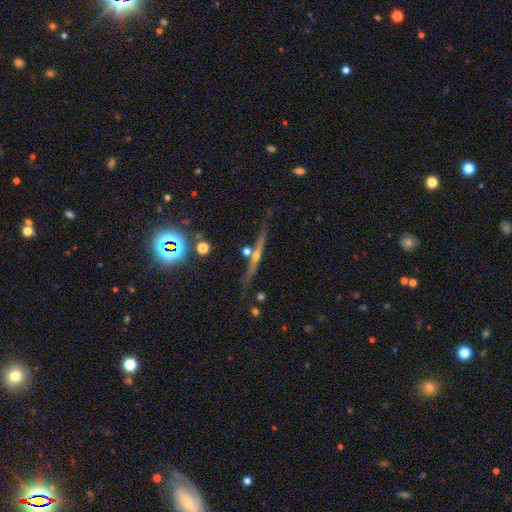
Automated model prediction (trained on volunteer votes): A featured or disk galaxy (73%) viewed edge-on (96%) with a rounded central bulge (83%).

Vote fractions:
- Smooth or featured? featured or disk: 73% / smooth: 18% / star or artifact: 9%
- Edge-on disk? yes: 96% / no: 4%
- Edge-on bulge? rounded: 83% / none: 13% / boxy: 4%
- Merging? none: 76% / minor disturbance: 12% / merger: 9% / major disturbance: 3%